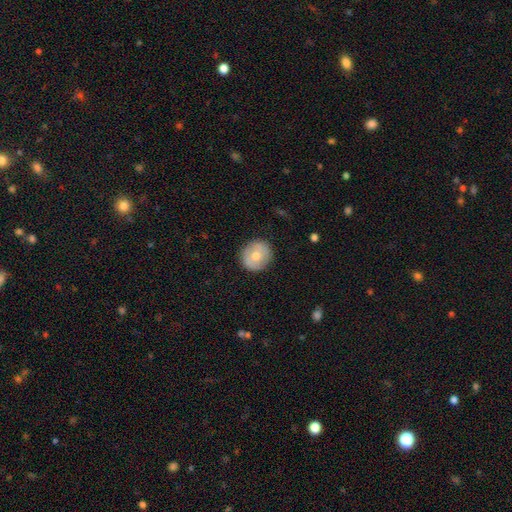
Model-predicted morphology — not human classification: Smooth or featured? smooth (65%)
How rounded? round (89%)
Merging? none (87%)